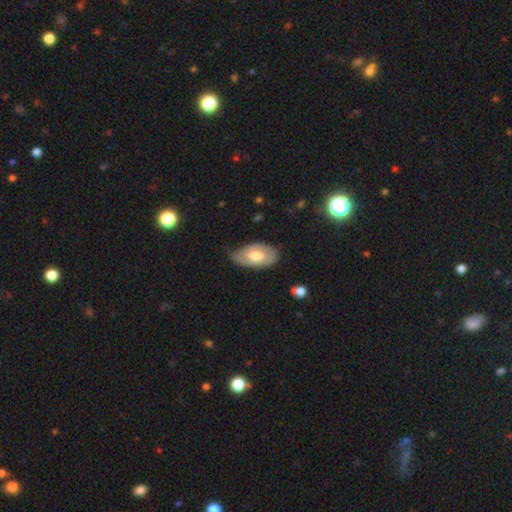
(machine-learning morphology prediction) This is possibly a featured or disk galaxy (51%). It is clearly not viewed edge-on (90%). Merging: possibly none (59%).